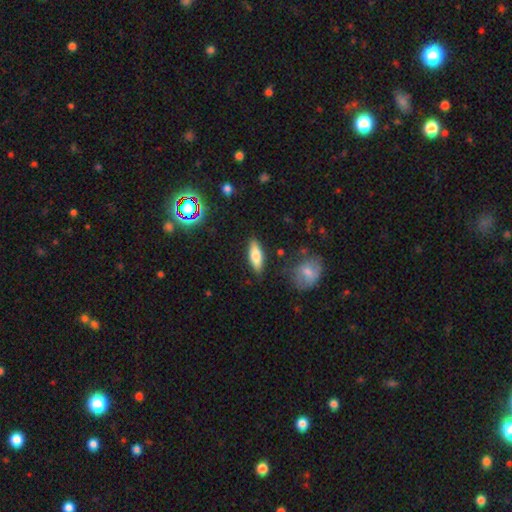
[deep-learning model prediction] A smooth galaxy with no disk features (70%) that is in between round and cigar-shaped (58%). Merging: none (84%).